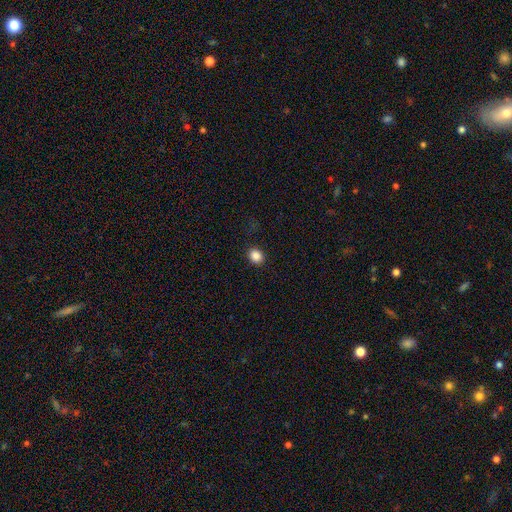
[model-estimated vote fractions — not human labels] Morphology: type=smooth (86%); roundness=round (70%); merging=none (90%).